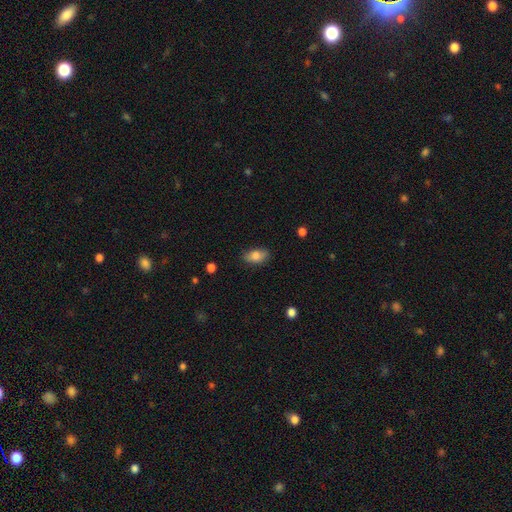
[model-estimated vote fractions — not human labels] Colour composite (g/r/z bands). It shows a smooth galaxy with no disk features (82%) that is in between round and cigar-shaped (90%). Merging: none (80%).